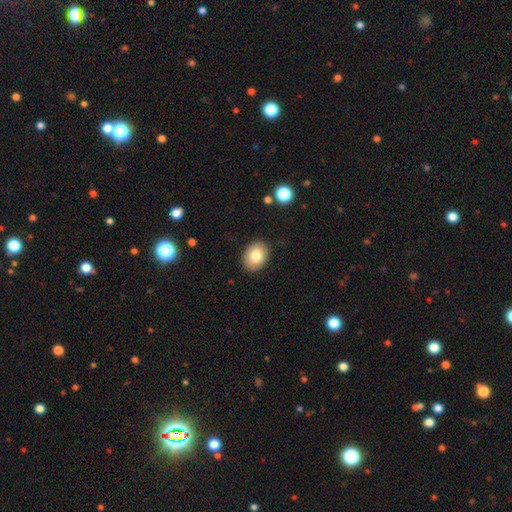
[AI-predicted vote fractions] Smooth or featured? smooth (80%)
How rounded? in between (67%)
Merging? none (89%)